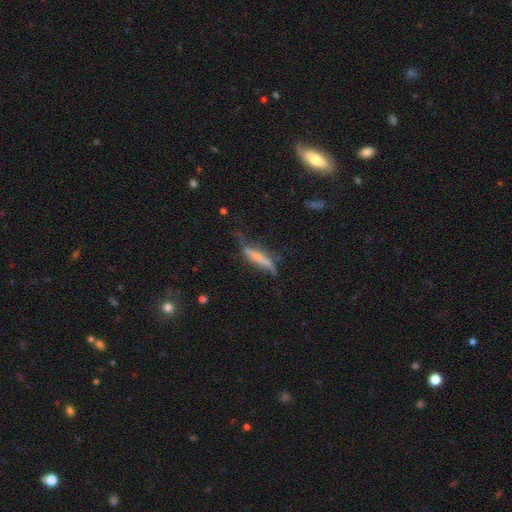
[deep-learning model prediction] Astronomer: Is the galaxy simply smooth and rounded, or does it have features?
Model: smooth — 47% (runner-up: featured or disk, 43%).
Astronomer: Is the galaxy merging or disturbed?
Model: none — 45% (runner-up: minor disturbance, 32%).